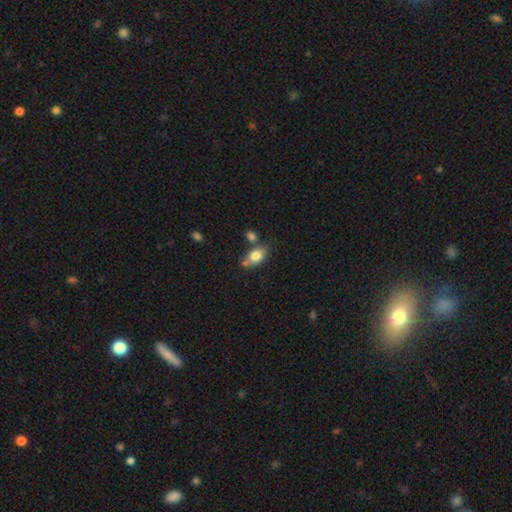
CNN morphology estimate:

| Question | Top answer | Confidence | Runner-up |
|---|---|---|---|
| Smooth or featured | smooth | 80% | featured or disk (12%) |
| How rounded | in between | 82% | round (16%) |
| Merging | none | 58% | merger (21%) |